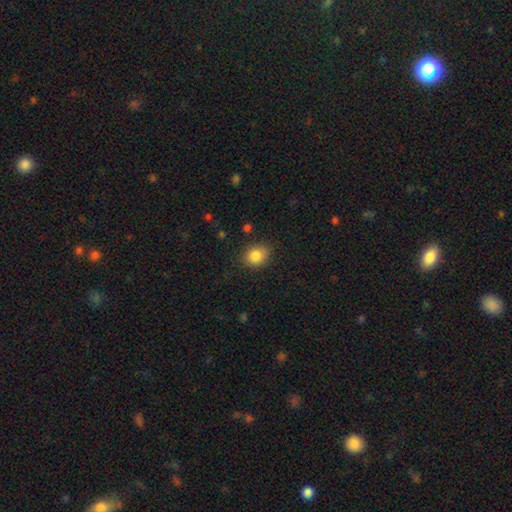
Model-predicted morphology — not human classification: smooth_or_featured: smooth (p=0.85) [alt: star or artifact p=0.09]
how_rounded: round (p=0.55) [alt: in between p=0.44]
merging: none (p=0.82) [alt: minor disturbance p=0.13]